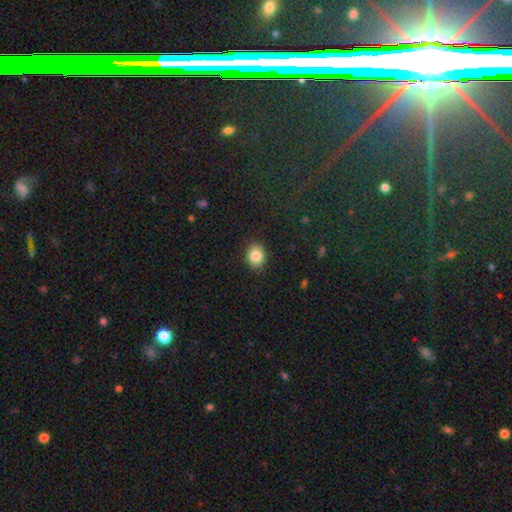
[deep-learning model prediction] This appears to be a smooth galaxy with no disk features (84%) that is in between round and cigar-shaped (51%). Merging: none (88%).